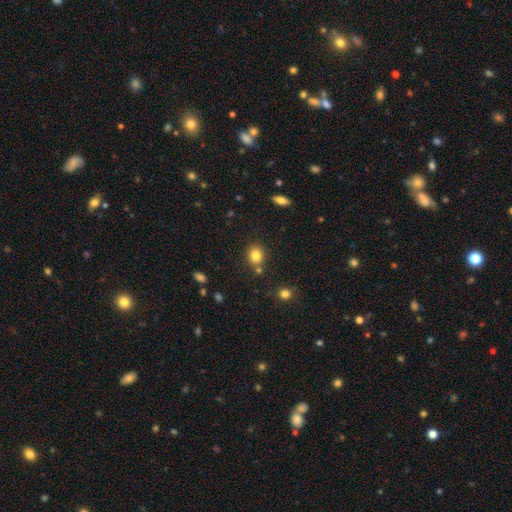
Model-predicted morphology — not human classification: Smooth or featured: smooth — 82% (star or artifact — 11%)
How rounded: round — 68% (in between — 31%)
Merging: none — 75% (merger — 12%)